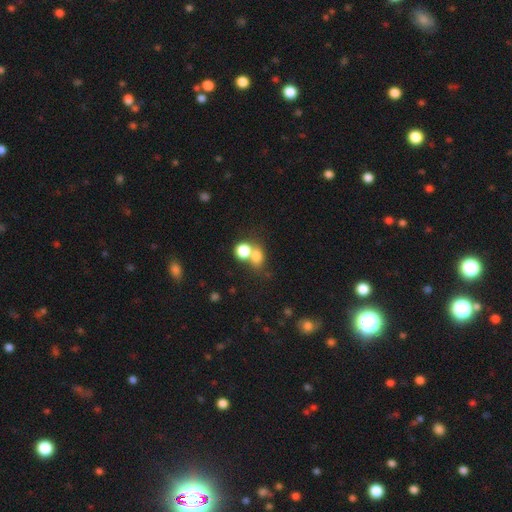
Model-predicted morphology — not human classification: smooth_or_featured: smooth (p=0.75) [alt: star or artifact p=0.14]
how_rounded: round (p=0.60) [alt: in between p=0.38]
merging: merger (p=0.49) [alt: none p=0.38]